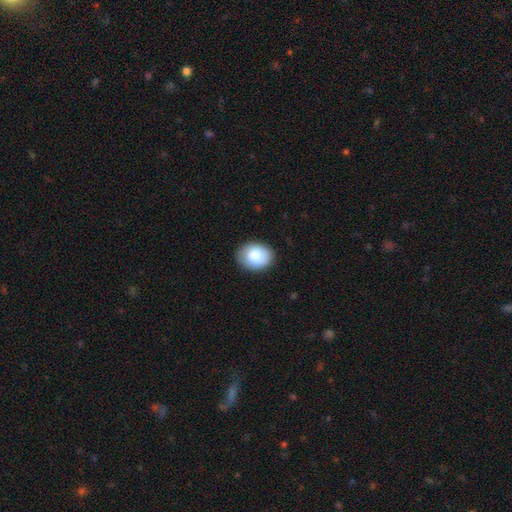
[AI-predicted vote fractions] A smooth galaxy with no disk features (84%) that is in between round and cigar-shaped (57%). Merging: none (85%).